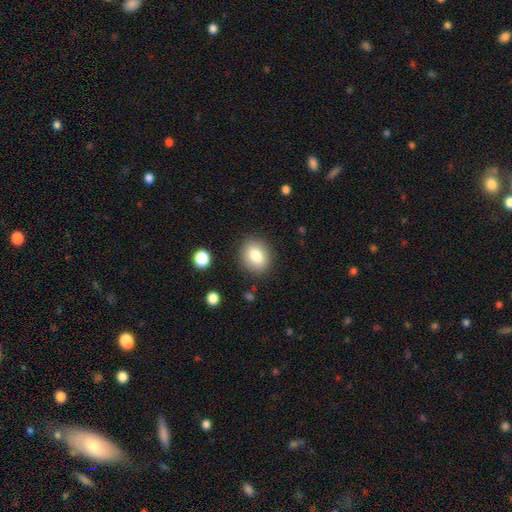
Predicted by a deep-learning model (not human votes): Overall: smooth (80%). How rounded: round (61%; in between 38%). Merging: none (86%).